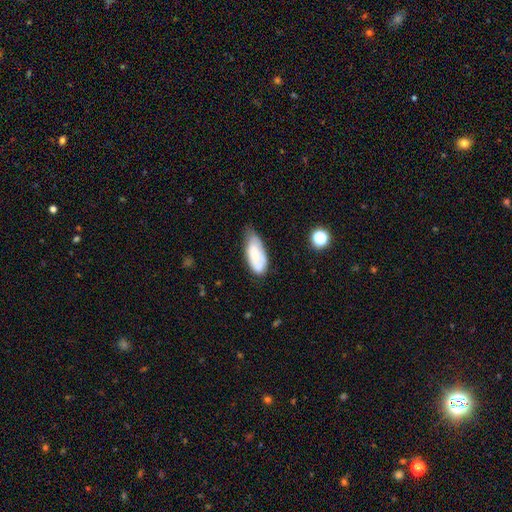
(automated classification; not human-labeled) smooth 68%, featured or disk 25%, star or artifact 7%. Down the decision tree: how rounded — in between (84%); merging — none (46%).